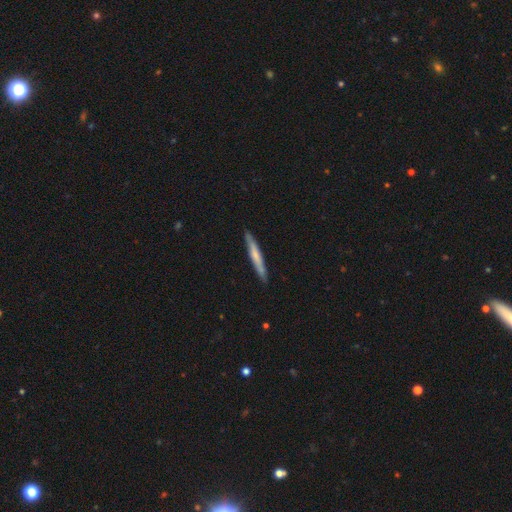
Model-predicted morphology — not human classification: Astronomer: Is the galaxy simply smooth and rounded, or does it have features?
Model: smooth — 56% (runner-up: featured or disk, 39%).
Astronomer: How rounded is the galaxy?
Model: cigar-shaped — 96%.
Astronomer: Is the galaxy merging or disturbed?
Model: none — 88%.